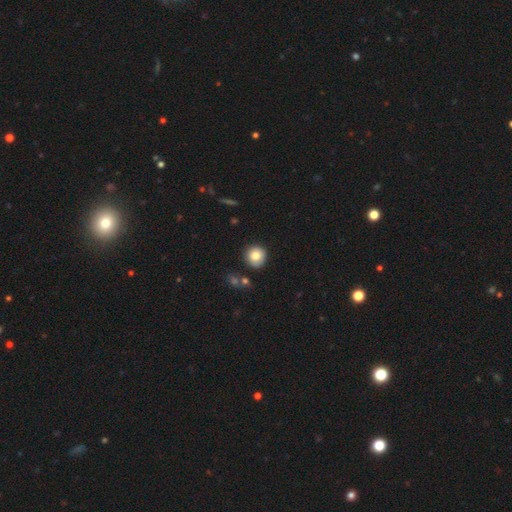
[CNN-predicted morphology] Smooth or featured? Predicted: smooth (p=0.84). How rounded? Predicted: round (p=0.92). Merging? Predicted: none (p=0.85).